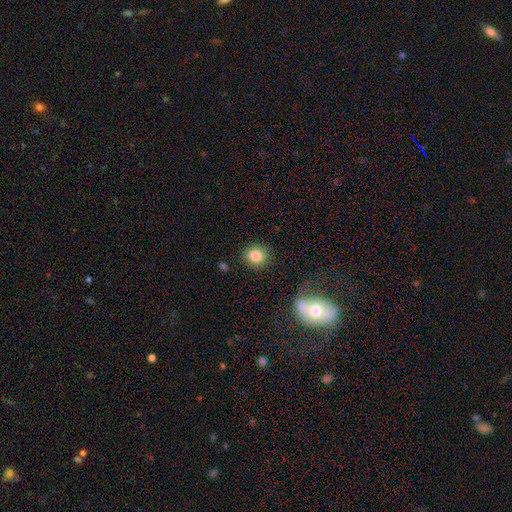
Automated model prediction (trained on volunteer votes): A smooth galaxy with no disk features (84%) that is round (79%). Merging: none (84%).